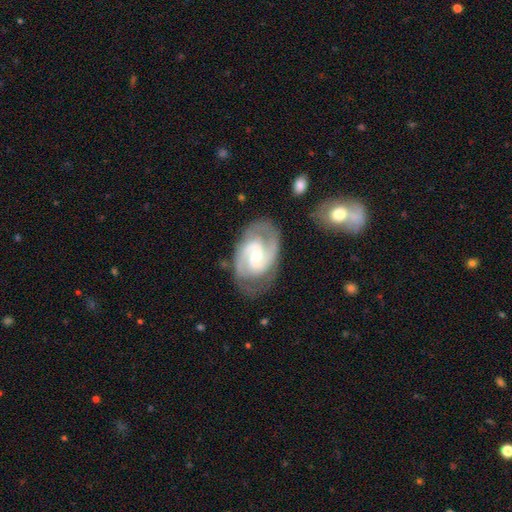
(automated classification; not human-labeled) This is clearly a featured or disk galaxy (88%). It is clearly not viewed edge-on (97%). Bar: possibly weak (51%). Spiral arm pattern: clearly yes (97%). Spiral arm count: clearly 2 (82%). Spiral winding: possibly medium (50%). Central bulge: possibly small (53%). Merging: likely none (76%).